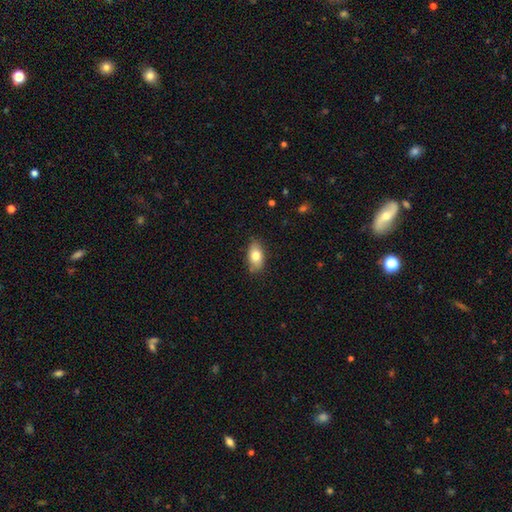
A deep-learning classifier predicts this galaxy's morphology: Smooth or featured?
  - smooth: 80% *
  - featured or disk: 13%
  - star or artifact: 7%
How rounded?
  - in between: 91% *
  - round: 6%
  - cigar-shaped: 3%
Merging?
  - none: 83% *
  - minor disturbance: 14%
  - major disturbance: 2%
  - merger: 1%